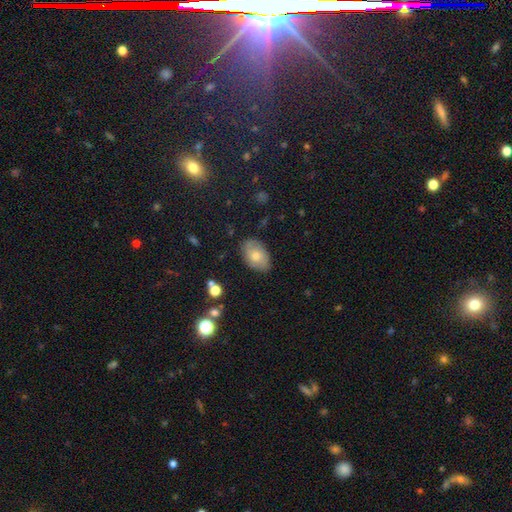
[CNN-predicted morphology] The model was most divided on "smooth or featured": smooth: 58%, featured or disk: 30%, star or artifact: 11%. More confident: how rounded — in between (87%); merging — none (79%).